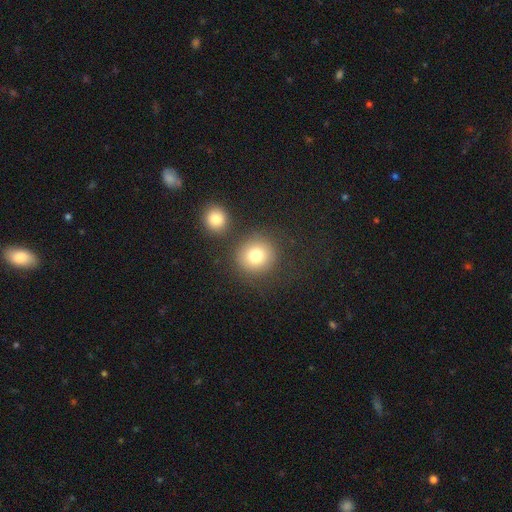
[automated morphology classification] This appears to be a smooth galaxy with no disk features (79%) that is round (90%). Merging: none (76%).